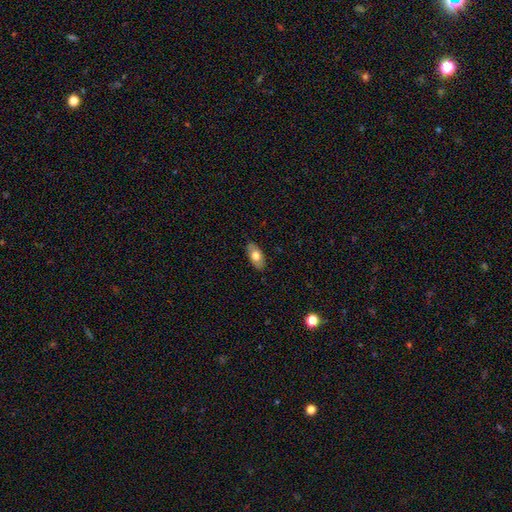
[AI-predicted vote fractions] smooth_or_featured: smooth (p=0.70) [alt: featured or disk p=0.24]
how_rounded: in between (p=0.92) [alt: cigar-shaped p=0.04]
merging: none (p=0.85) [alt: minor disturbance p=0.11]